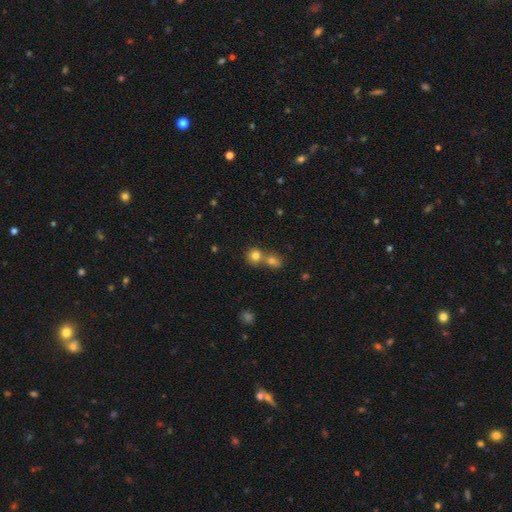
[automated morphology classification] smooth 77%, star or artifact 13%, featured or disk 10%. Down the decision tree: how rounded — round (80%); merging — merger (54%).